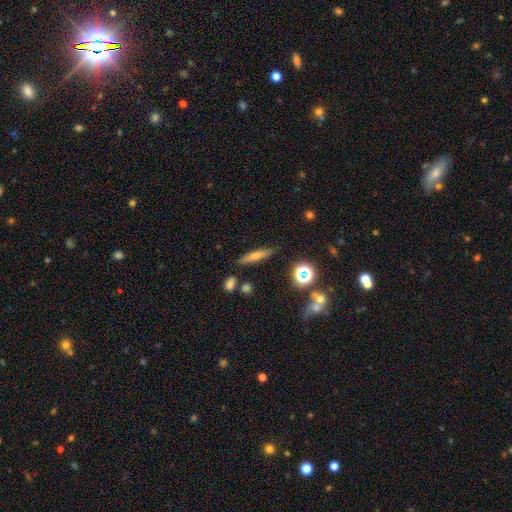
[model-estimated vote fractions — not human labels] Q: Smooth or featured?
A: smooth (52%); runner-up: featured or disk (35%)
Q: How rounded?
A: cigar-shaped (81%); runner-up: in between (14%)
Q: Merging?
A: none (84%); runner-up: minor disturbance (9%)